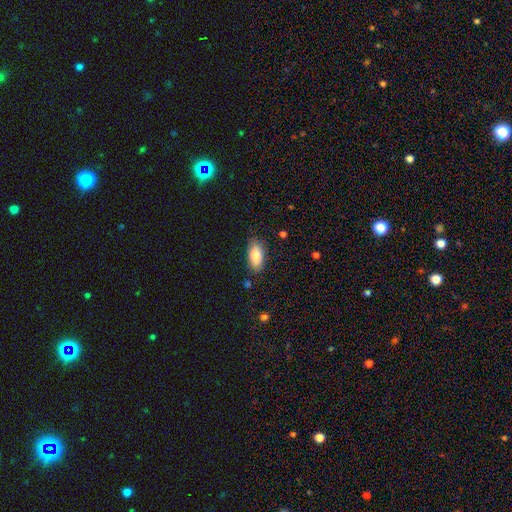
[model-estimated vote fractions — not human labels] Q: Smooth or featured?
A: smooth (83%); runner-up: featured or disk (11%)
Q: How rounded?
A: in between (90%); runner-up: cigar-shaped (6%)
Q: Merging?
A: none (81%); runner-up: minor disturbance (15%)